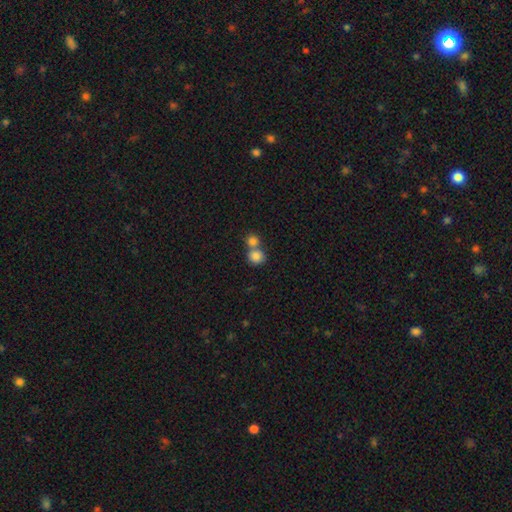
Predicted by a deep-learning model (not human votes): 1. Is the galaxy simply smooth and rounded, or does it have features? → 83% smooth, 9% star or artifact, 7% featured or disk.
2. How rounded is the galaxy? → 86% round, 13% in between, 1% cigar-shaped.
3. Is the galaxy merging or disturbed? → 50% merger, 41% none, 6% minor disturbance, 2% major disturbance.